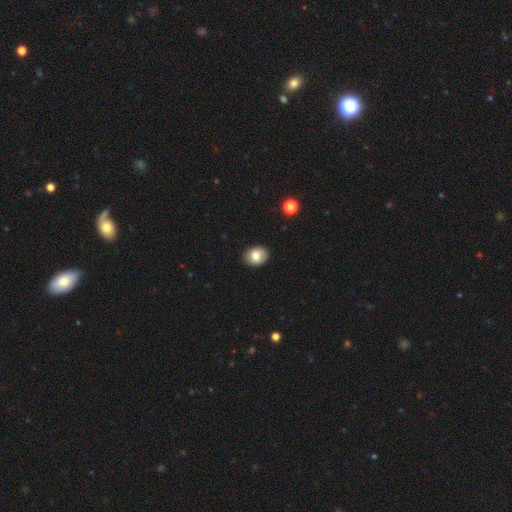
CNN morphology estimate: smooth 81%, featured or disk 10%, star or artifact 8%. Down the decision tree: how rounded — in between (55%); merging — none (89%).